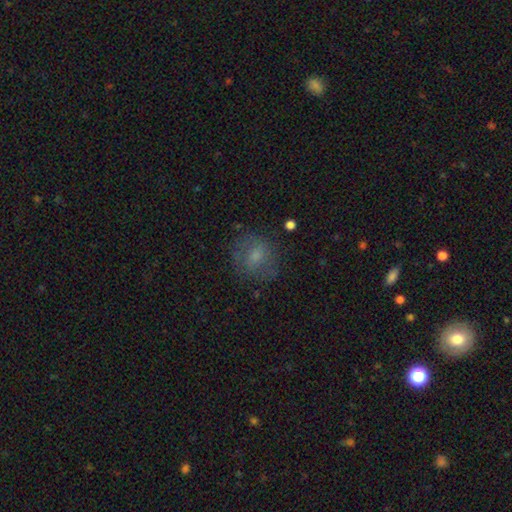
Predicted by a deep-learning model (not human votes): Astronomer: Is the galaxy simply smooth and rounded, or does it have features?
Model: smooth — 59%.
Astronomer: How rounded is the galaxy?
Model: round — 71%.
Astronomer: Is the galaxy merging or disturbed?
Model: none — 72%.